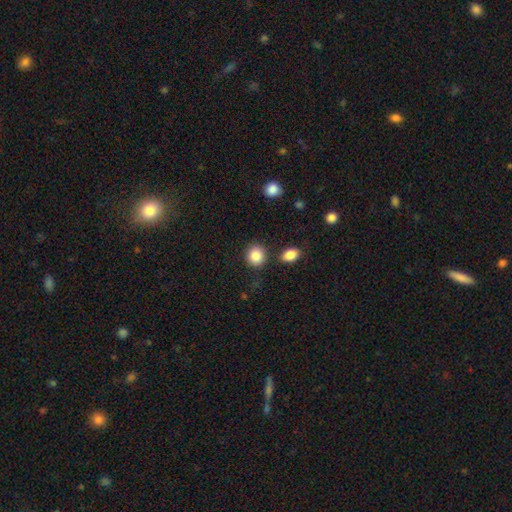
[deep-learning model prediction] smooth-or-featured: smooth: 87% | star or artifact: 8% | featured or disk: 5%
  how-rounded: round: 83% | in between: 16% | cigar-shaped: 1%
  merging: none: 82% | minor disturbance: 9% | merger: 6% | major disturbance: 3%